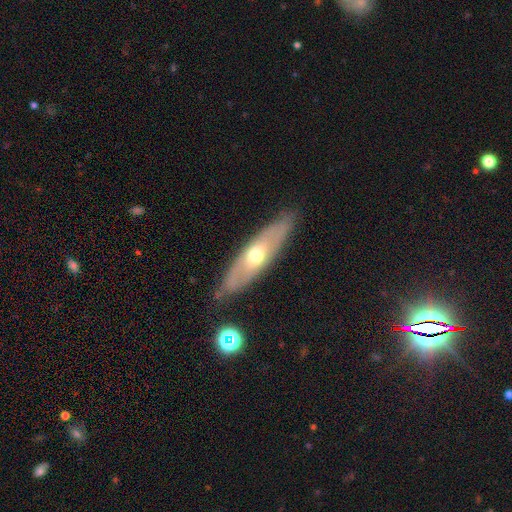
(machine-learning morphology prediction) The model was most divided on "edge-on disk": no: 53%, yes: 47%. More confident: merging — none (83%); smooth or featured — featured or disk (53%).